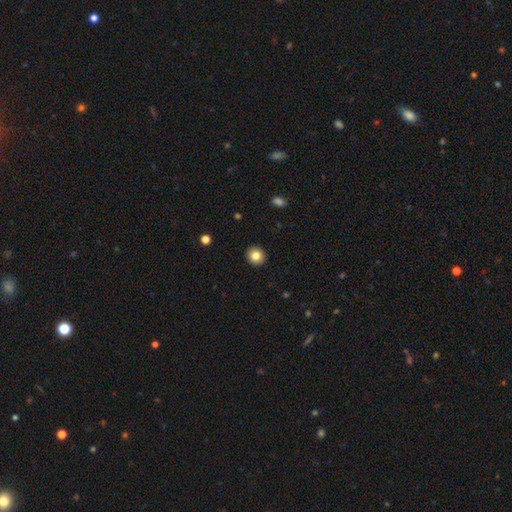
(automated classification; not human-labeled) smooth 83%, star or artifact 10%, featured or disk 7%. Down the decision tree: how rounded — round (89%); merging — none (93%).